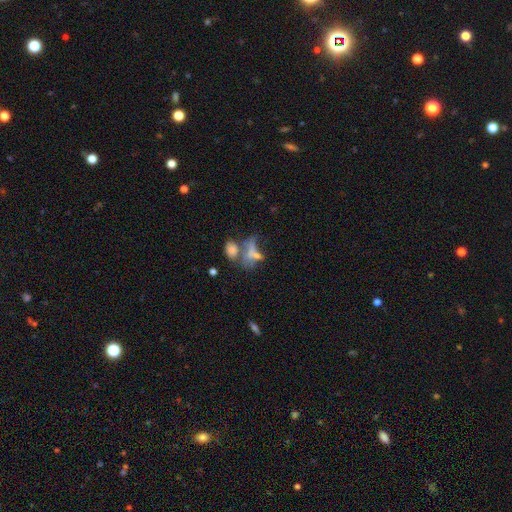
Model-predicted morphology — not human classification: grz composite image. It shows a smooth galaxy with no disk features (55%) that is in between round and cigar-shaped (70%). Merging: merger (49%).